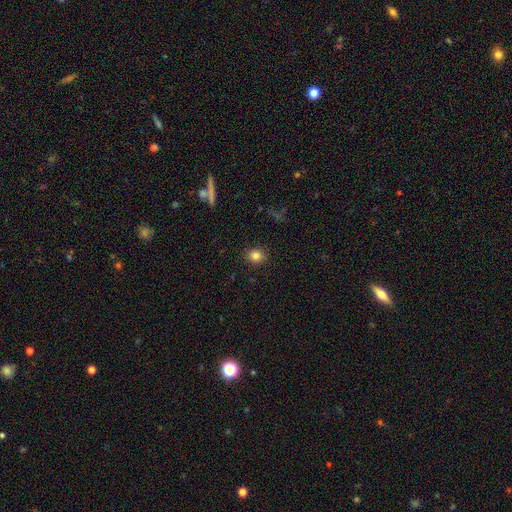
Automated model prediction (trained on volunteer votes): Morphology: type=smooth (82%); roundness=round (71%); merging=none (90%).